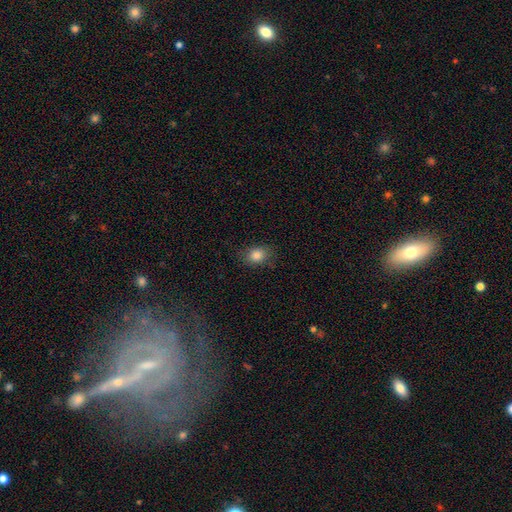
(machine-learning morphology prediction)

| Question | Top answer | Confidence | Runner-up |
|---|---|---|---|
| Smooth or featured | smooth | 84% | star or artifact (10%) |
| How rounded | in between | 62% | round (36%) |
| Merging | none | 80% | minor disturbance (15%) |